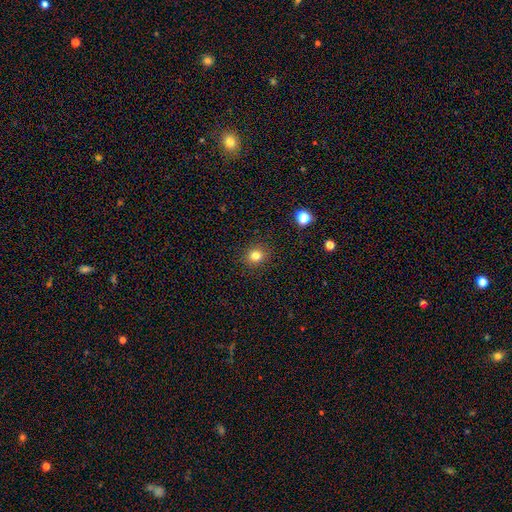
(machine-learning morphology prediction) Smooth or featured?
  - smooth: 81% *
  - star or artifact: 13%
  - featured or disk: 6%
How rounded?
  - round: 85% *
  - in between: 15%
  - cigar-shaped: 1%
Merging?
  - none: 90% *
  - minor disturbance: 6%
  - major disturbance: 2%
  - merger: 1%